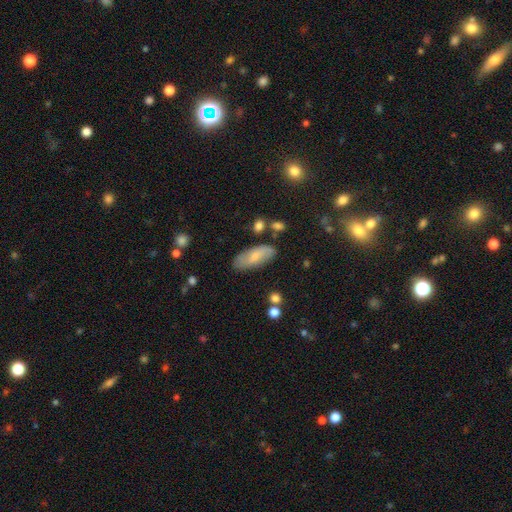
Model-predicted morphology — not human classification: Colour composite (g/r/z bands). It shows a smooth galaxy with no disk features (61%) that is in between round and cigar-shaped (81%). Merging: none (77%).